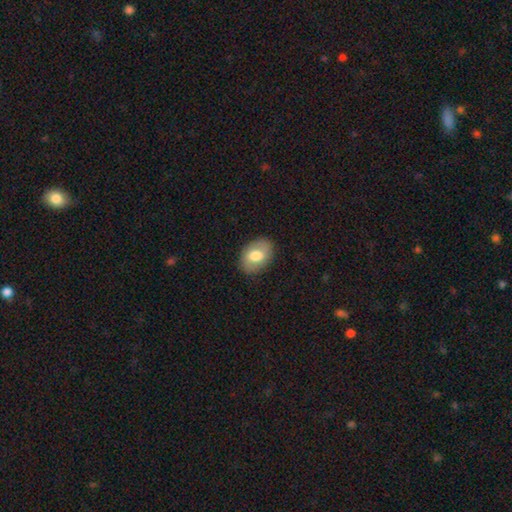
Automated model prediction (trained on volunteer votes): This is likely a smooth galaxy (69%). How rounded: clearly in between (82%). Merging: clearly none (85%).